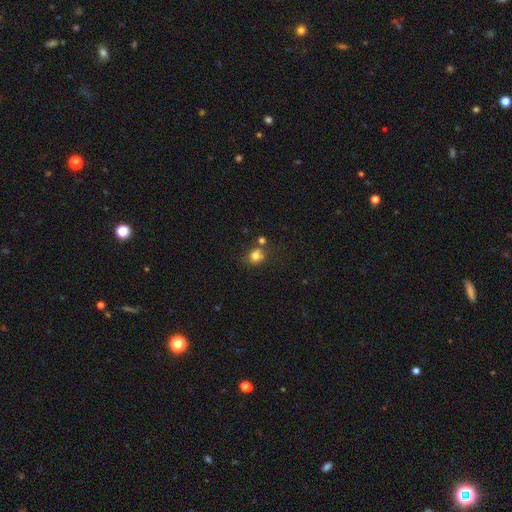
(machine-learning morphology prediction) smooth-or-featured: smooth: 75% | star or artifact: 14% | featured or disk: 10%
  how-rounded: round: 73% | in between: 26% | cigar-shaped: 1%
  merging: none: 55% | merger: 24% | minor disturbance: 15% | major disturbance: 6%